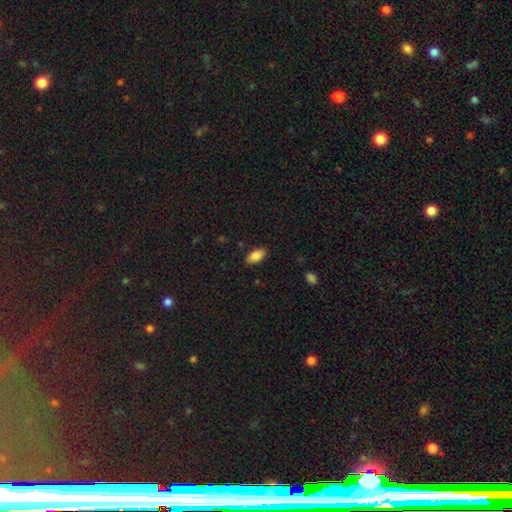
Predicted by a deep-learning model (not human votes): A smooth galaxy with no disk features (86%) that is in between round and cigar-shaped (92%). Merging: none (86%).